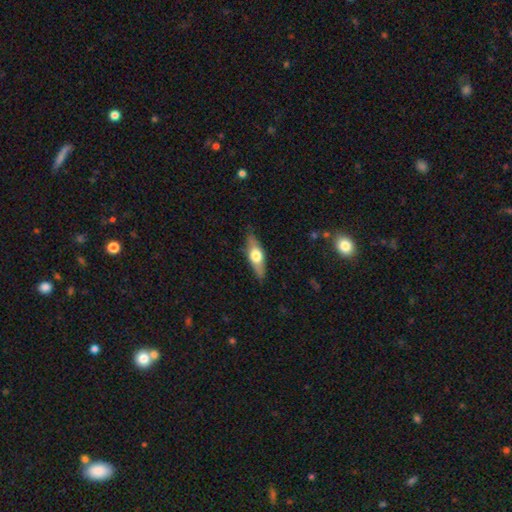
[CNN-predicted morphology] featured or disk 49%, smooth 45%, star or artifact 6%. Down the decision tree: merging — none (85%).